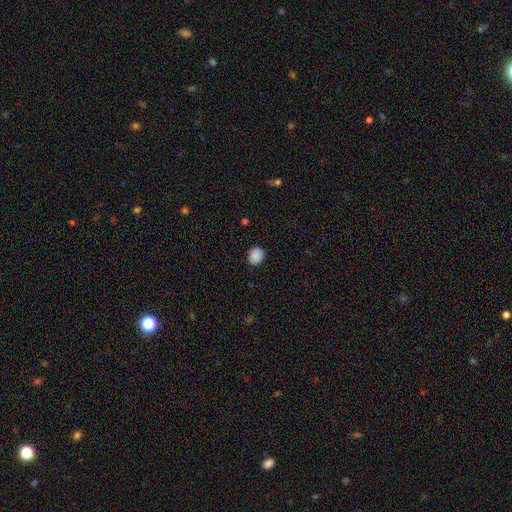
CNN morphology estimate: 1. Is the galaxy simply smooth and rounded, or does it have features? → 87% smooth, 9% star or artifact, 4% featured or disk.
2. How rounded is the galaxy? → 67% round, 32% in between, 1% cigar-shaped.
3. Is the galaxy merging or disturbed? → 87% none, 10% minor disturbance, 2% major disturbance, 1% merger.